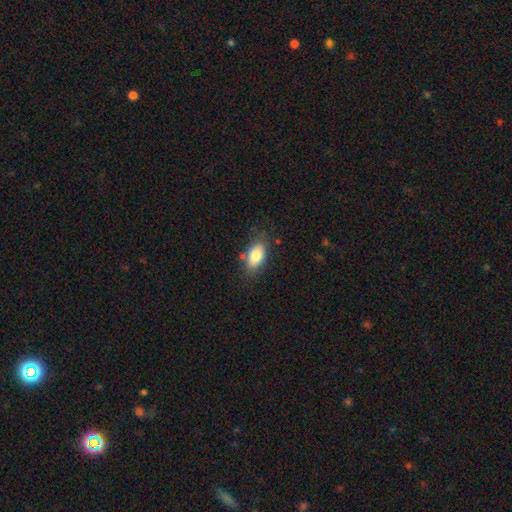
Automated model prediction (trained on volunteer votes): smooth_or_featured: smooth (p=0.81) [alt: featured or disk p=0.12]
how_rounded: in between (p=0.89) [alt: round p=0.07]
merging: none (p=0.77) [alt: minor disturbance p=0.16]